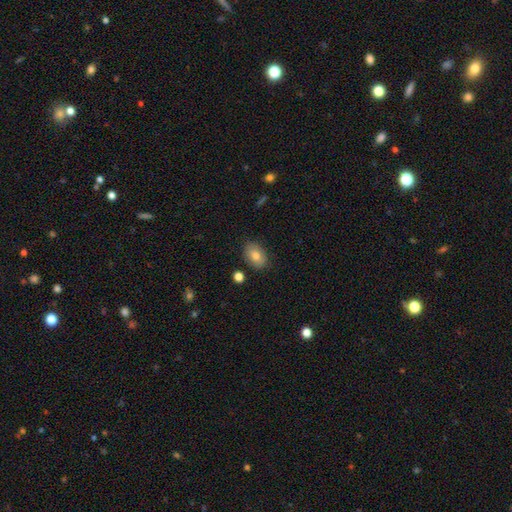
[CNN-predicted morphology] Smooth or featured: smooth — 80% (featured or disk — 12%)
How rounded: in between — 81% (round — 17%)
Merging: none — 84% (minor disturbance — 11%)